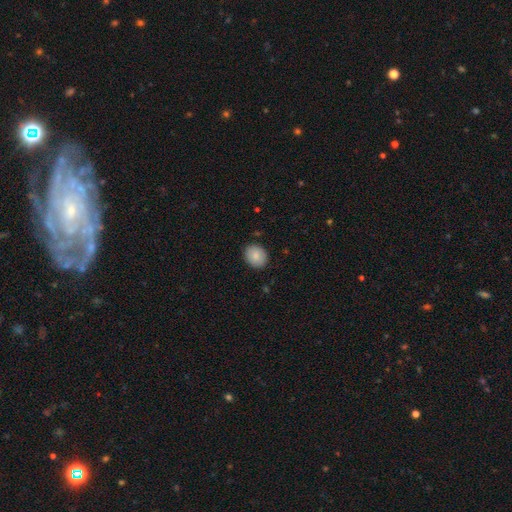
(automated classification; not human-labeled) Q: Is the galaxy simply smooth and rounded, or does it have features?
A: smooth — 86%.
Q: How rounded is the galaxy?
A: round — 67%.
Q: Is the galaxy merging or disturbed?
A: none — 89%.